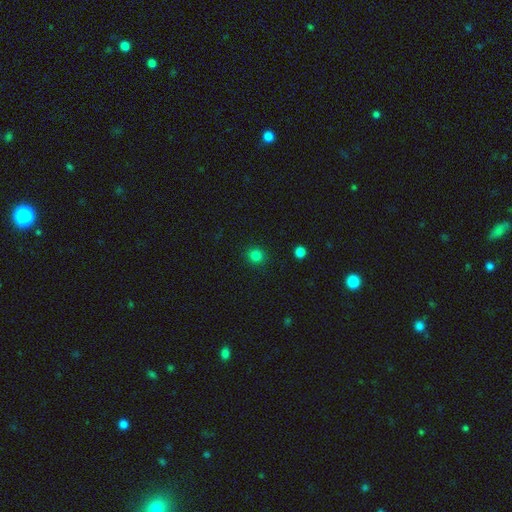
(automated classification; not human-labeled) smooth_or_featured: smooth (p=0.83) [alt: star or artifact p=0.14]
how_rounded: round (p=0.90) [alt: in between p=0.09]
merging: none (p=0.91) [alt: minor disturbance p=0.06]